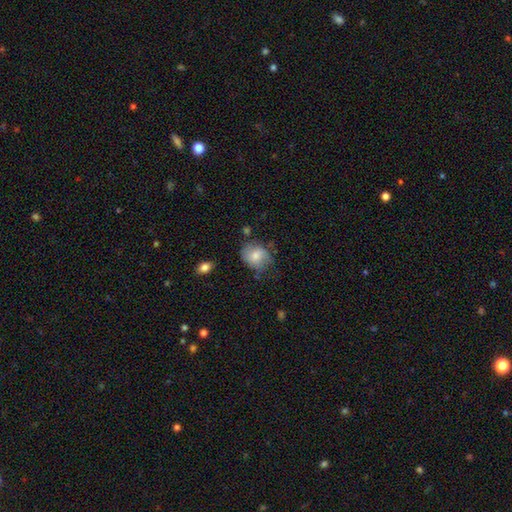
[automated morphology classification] type=smooth (66%); roundness=round (61%); merging=none (60%).